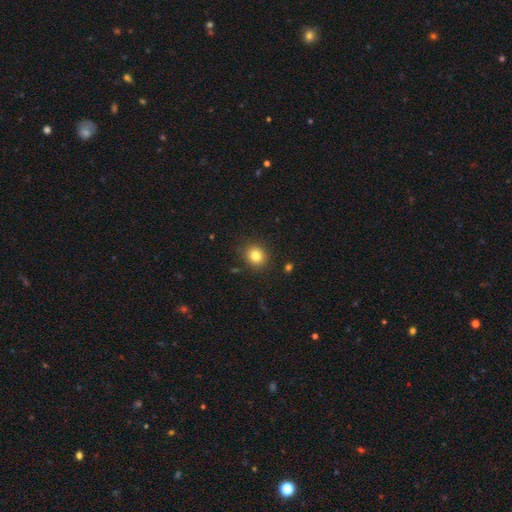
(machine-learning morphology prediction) Overall: smooth (82%). How rounded: round (79%). Merging: none (88%).